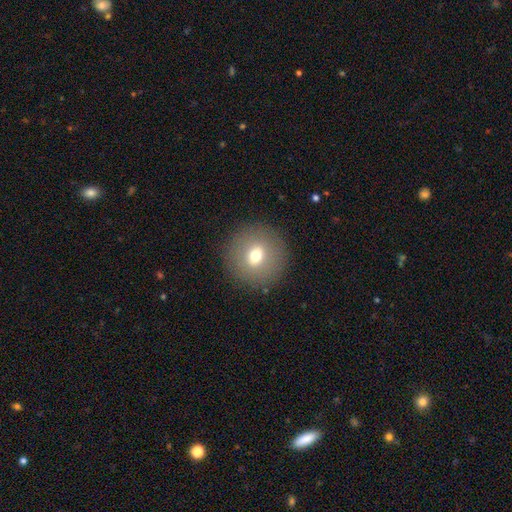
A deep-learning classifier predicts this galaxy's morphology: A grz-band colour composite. It shows a smooth galaxy with no disk features (68%) that is round (94%). Merging: none (89%).